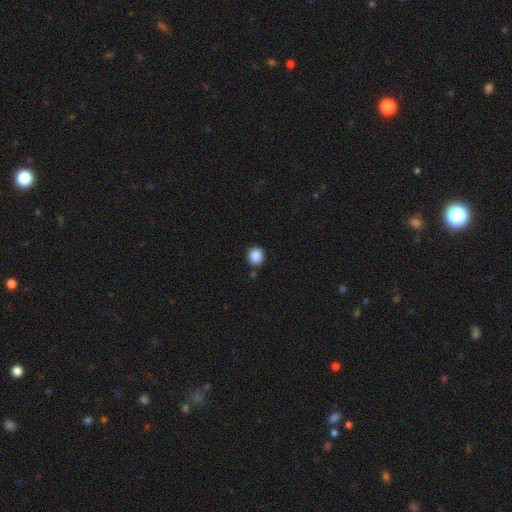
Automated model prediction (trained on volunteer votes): This is clearly a smooth galaxy (88%). How rounded: likely round (79%). Merging: clearly none (85%).